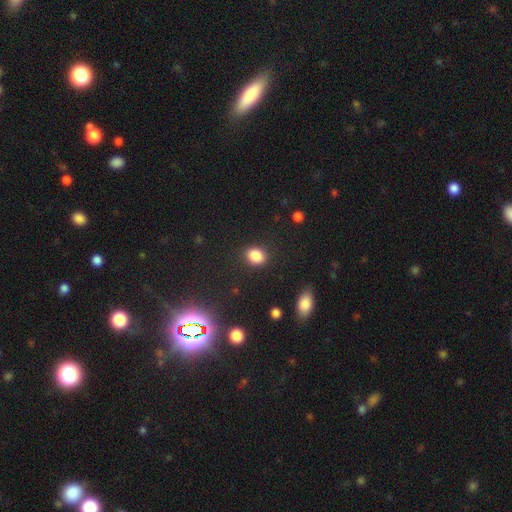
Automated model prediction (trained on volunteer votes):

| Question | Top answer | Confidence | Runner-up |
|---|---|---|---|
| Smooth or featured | smooth | 85% | star or artifact (11%) |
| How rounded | in between | 57% | round (42%) |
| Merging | none | 84% | minor disturbance (10%) |